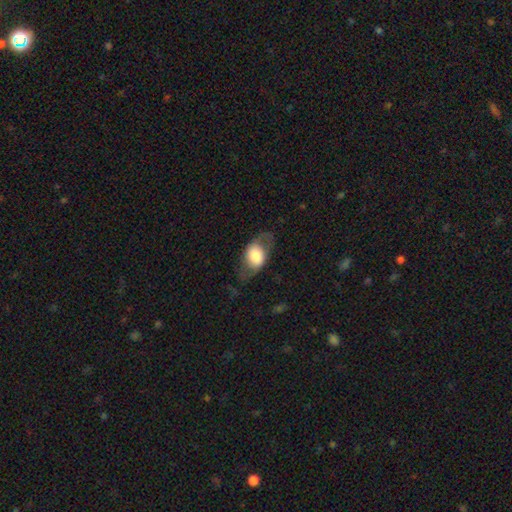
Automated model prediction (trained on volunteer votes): smooth-or-featured: smooth: 59% | featured or disk: 34% | star or artifact: 6%
  how-rounded: in between: 77% | round: 20% | cigar-shaped: 3%
  merging: none: 61% | minor disturbance: 21% | major disturbance: 16% | merger: 1%